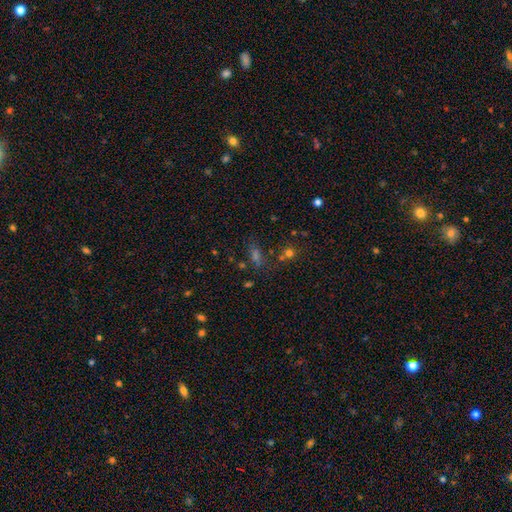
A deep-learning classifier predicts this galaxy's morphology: Q: Smooth or featured?
A: smooth (48%); runner-up: star or artifact (40%)
Q: Merging?
A: none (62%); runner-up: minor disturbance (16%)